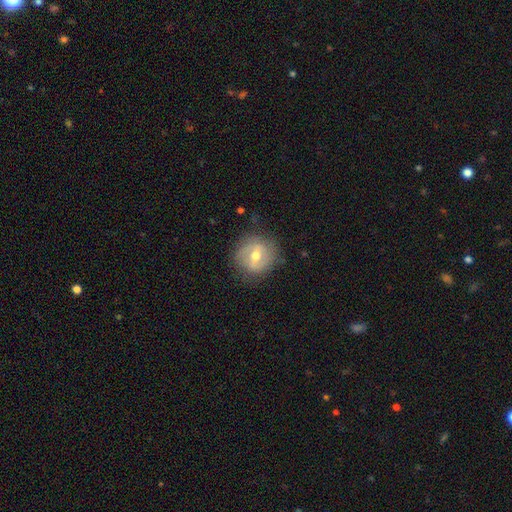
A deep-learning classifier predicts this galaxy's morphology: This is possibly a featured or disk galaxy (59%). It is clearly not viewed edge-on (95%). Bar: possibly weak (49%). Spiral arm pattern: possibly yes (57%). Central bulge: likely moderate (75%). Merging: likely none (78%).